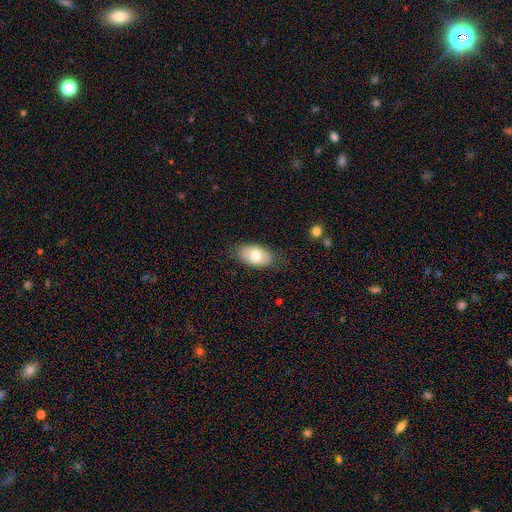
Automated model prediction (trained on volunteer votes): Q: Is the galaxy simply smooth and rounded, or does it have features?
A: smooth — 75%.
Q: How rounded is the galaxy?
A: in between — 93%.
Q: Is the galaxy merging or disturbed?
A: none — 81%.